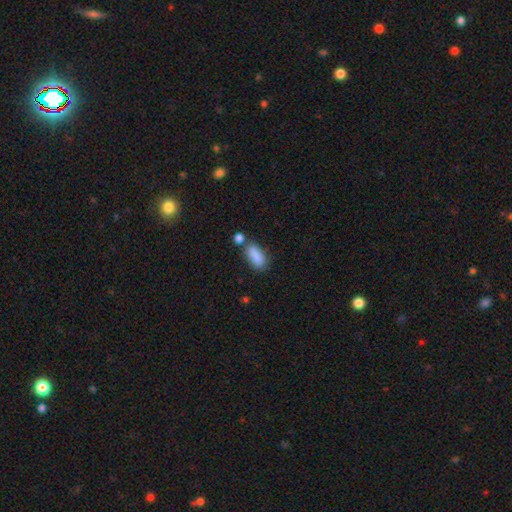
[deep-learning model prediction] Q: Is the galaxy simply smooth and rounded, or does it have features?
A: smooth — 87%.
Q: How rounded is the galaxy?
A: in between — 81%.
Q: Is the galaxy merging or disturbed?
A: none — 58%.